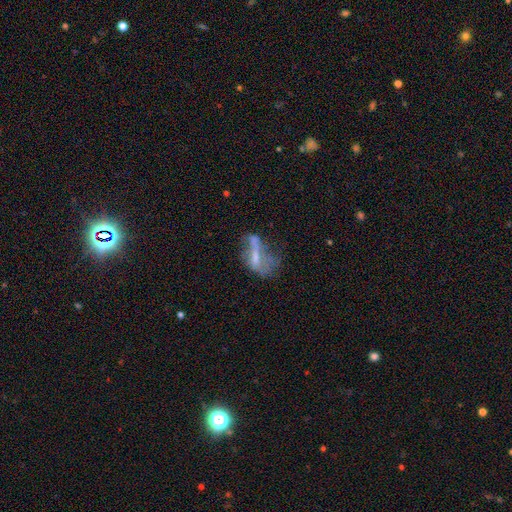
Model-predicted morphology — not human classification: smooth-or-featured: featured or disk: 55% | smooth: 33% | star or artifact: 12%
  disk-edge-on: no: 91% | yes: 9%
  merging: major disturbance: 40% | none: 27% | minor disturbance: 21% | merger: 12%